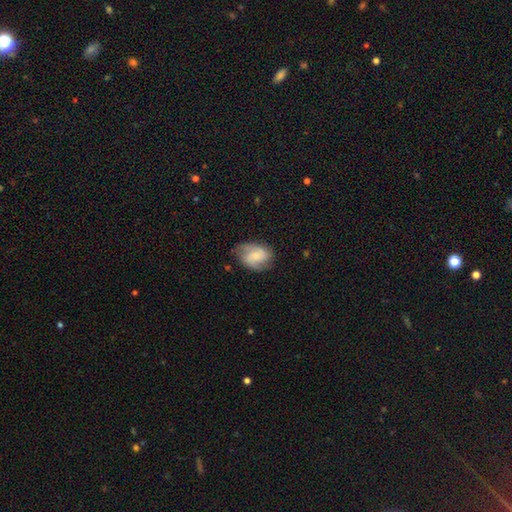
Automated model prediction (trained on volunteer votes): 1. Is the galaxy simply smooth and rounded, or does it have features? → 51% featured or disk, 42% smooth, 7% star or artifact.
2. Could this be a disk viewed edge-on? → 97% no, 3% yes.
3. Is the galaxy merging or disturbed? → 66% none, 25% minor disturbance, 8% major disturbance, 1% merger.